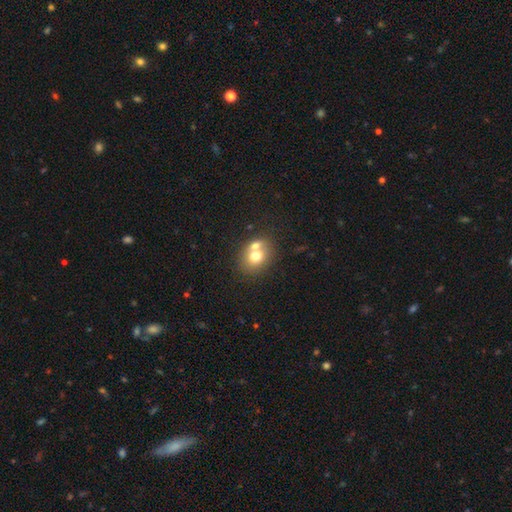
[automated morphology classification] A smooth galaxy with no disk features (70%) that is round (55%). Merging: merger (47%).